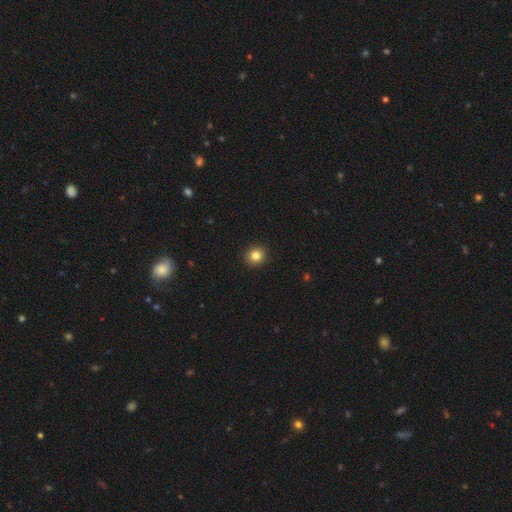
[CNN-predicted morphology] smooth_or_featured: smooth (p=0.83) [alt: star or artifact p=0.11]
how_rounded: round (p=0.90) [alt: in between p=0.09]
merging: none (p=0.93) [alt: minor disturbance p=0.05]